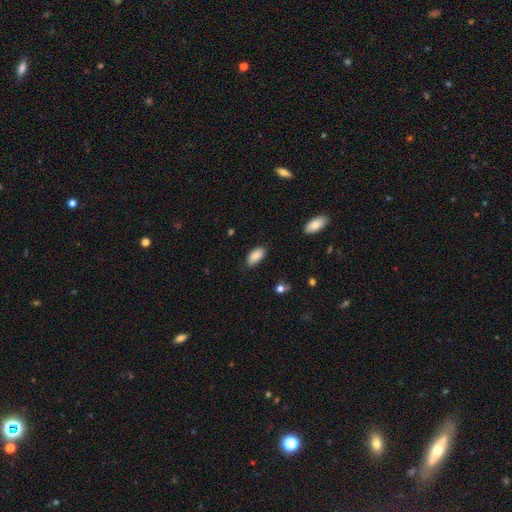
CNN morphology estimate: Overall: smooth (87%). How rounded: in between (92%). Merging: none (82%).